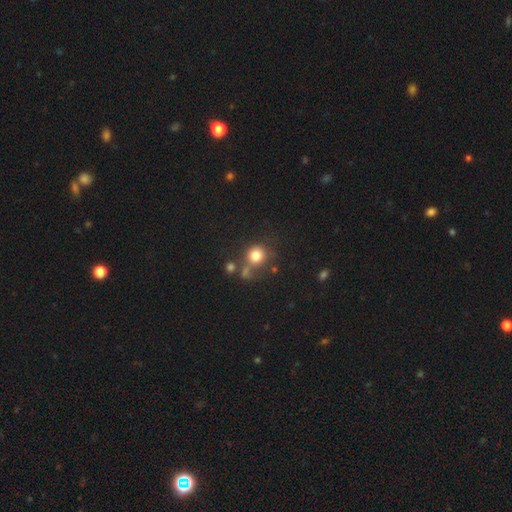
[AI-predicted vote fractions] Overall: smooth (79%). How rounded: round (88%). Merging: none (58%; merger 20%).